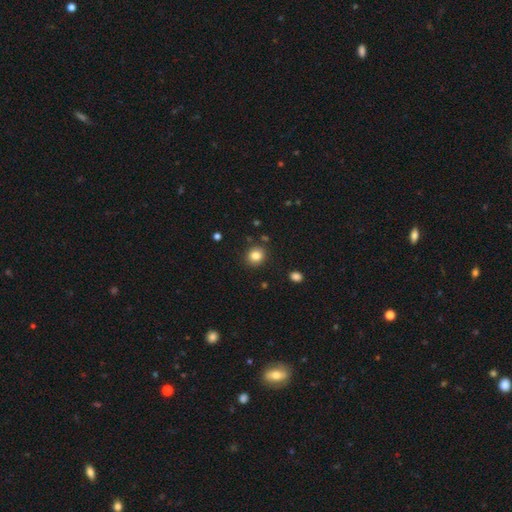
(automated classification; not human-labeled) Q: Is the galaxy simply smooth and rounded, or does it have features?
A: smooth — 83%.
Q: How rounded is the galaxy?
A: round — 77%.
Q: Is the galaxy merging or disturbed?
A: none — 87%.